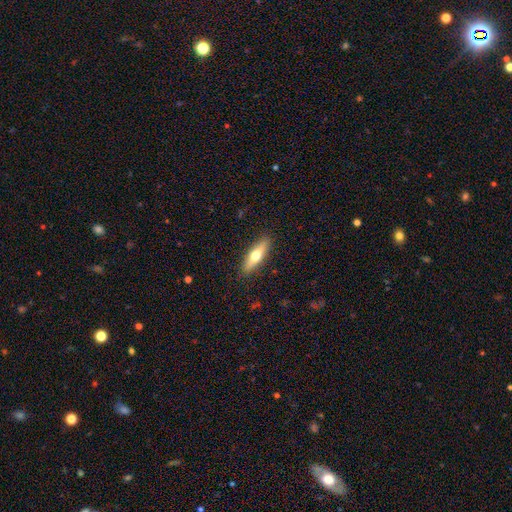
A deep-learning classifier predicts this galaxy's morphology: A smooth galaxy with no disk features (54%) that is cigar-shaped (60%).

Vote fractions:
- Smooth or featured? smooth: 54% / featured or disk: 40% / star or artifact: 6%
- How rounded? cigar-shaped: 60% / in between: 37% / round: 3%
- Merging? none: 89% / minor disturbance: 8% / major disturbance: 2% / merger: 1%